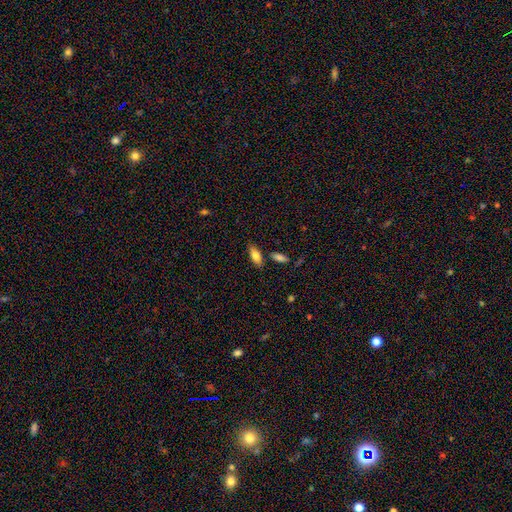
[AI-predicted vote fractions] This appears to be a smooth galaxy with no disk features (80%) that is in between round and cigar-shaped (81%). Merging: none (79%).